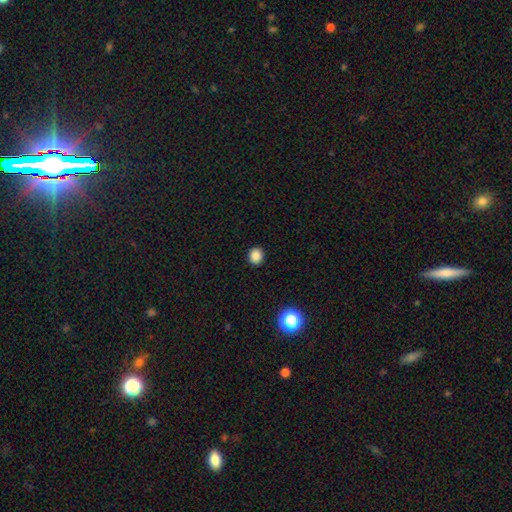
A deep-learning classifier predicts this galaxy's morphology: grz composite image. It shows a smooth galaxy with no disk features (86%) that is round (83%). Merging: none (92%).